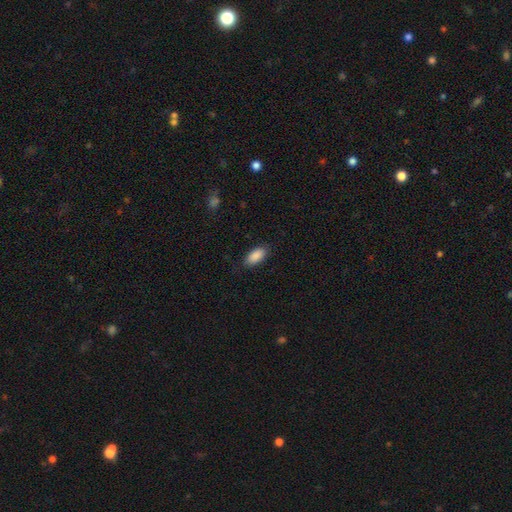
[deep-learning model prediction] Q: Smooth or featured?
A: smooth (90%); runner-up: star or artifact (6%)
Q: How rounded?
A: in between (91%); runner-up: cigar-shaped (6%)
Q: Merging?
A: none (85%); runner-up: minor disturbance (11%)